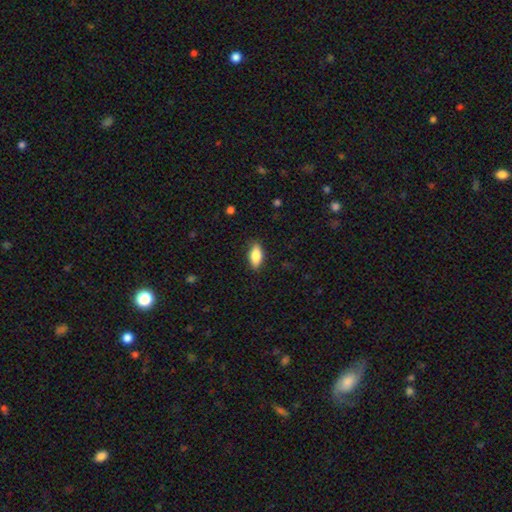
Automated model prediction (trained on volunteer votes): A smooth galaxy with no disk features (85%) that is in between round and cigar-shaped (88%). Merging: none (86%).